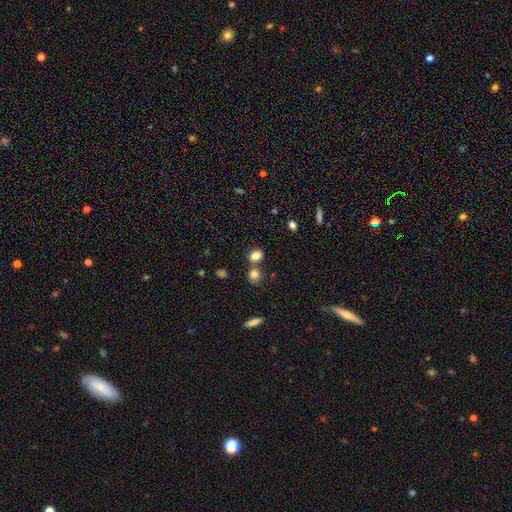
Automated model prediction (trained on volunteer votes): Smooth or featured?
  - smooth: 82% *
  - star or artifact: 11%
  - featured or disk: 7%
How rounded?
  - round: 50% *
  - in between: 49%
  - cigar-shaped: 2%
Merging?
  - none: 57% *
  - merger: 30%
  - minor disturbance: 10%
  - major disturbance: 3%